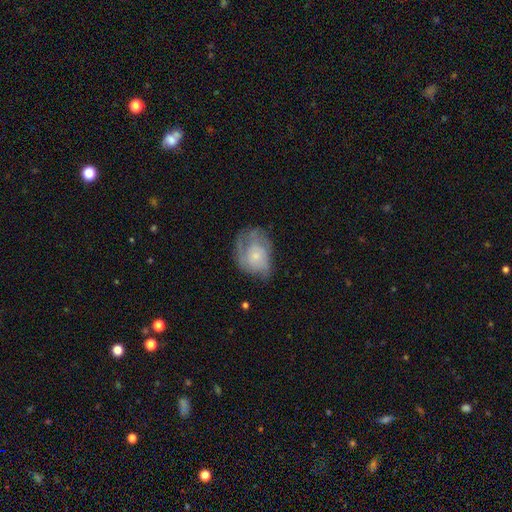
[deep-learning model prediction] smooth-or-featured: featured or disk: 53% | smooth: 39% | star or artifact: 8%
  disk-edge-on: no: 97% | yes: 3%
    bar: no: 81% | weak: 17% | strong: 2%
    has-spiral-arms: yes: 70% | no: 30%
    bulge-size: small: 64% | moderate: 23% | none: 8% | large: 3% | dominant: 1%
  merging: none: 40% | minor disturbance: 30% | major disturbance: 28% | merger: 2%